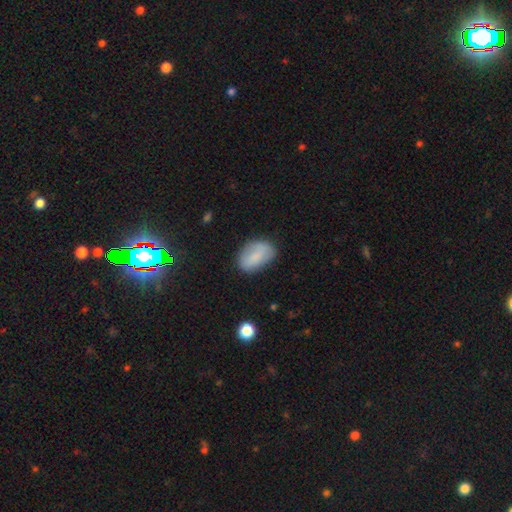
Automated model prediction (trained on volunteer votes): Overall: smooth (76%). How rounded: in between (89%). Merging: none (74%).